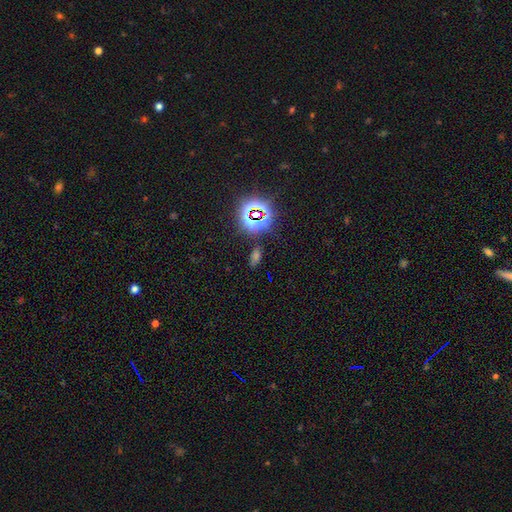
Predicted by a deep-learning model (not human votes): star or artifact 53%, smooth 37%, featured or disk 9%.